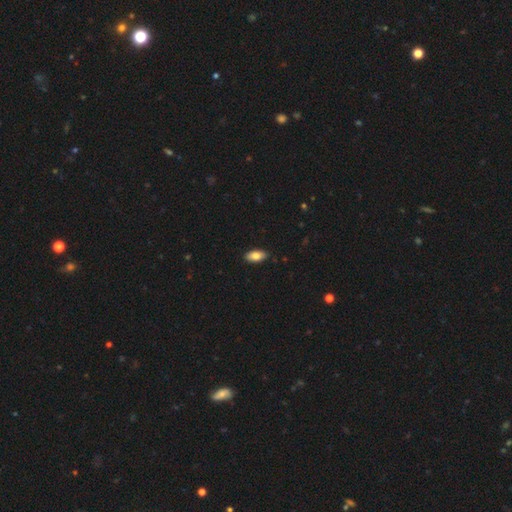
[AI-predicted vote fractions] A smooth galaxy with no disk features (82%) that is in between round and cigar-shaped (90%). Merging: none (89%).